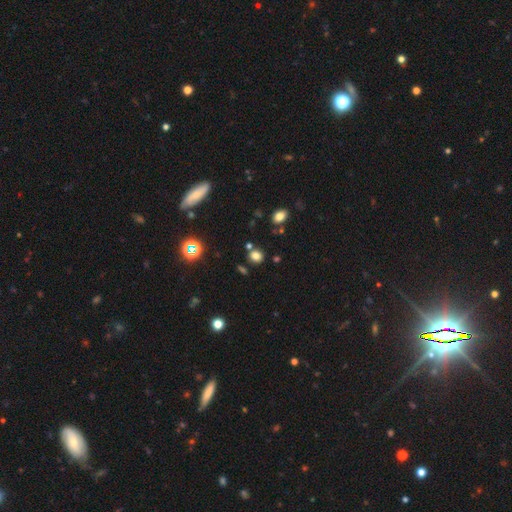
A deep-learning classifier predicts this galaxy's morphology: This appears to be a smooth galaxy with no disk features (76%) that is round (71%). Merging: none (80%).